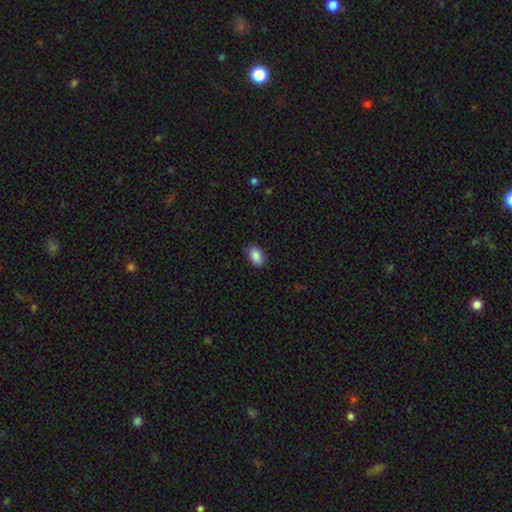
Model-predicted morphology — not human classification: Smooth or featured? smooth (87%)
How rounded? in between (90%)
Merging? none (82%)